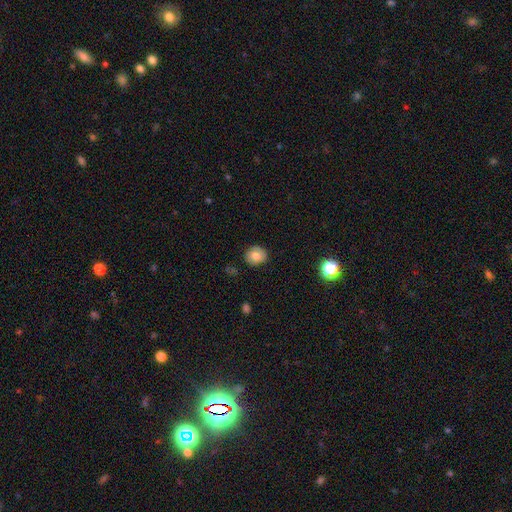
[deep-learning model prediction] Morphology: type=smooth (74%); roundness=round (76%); merging=none (86%).